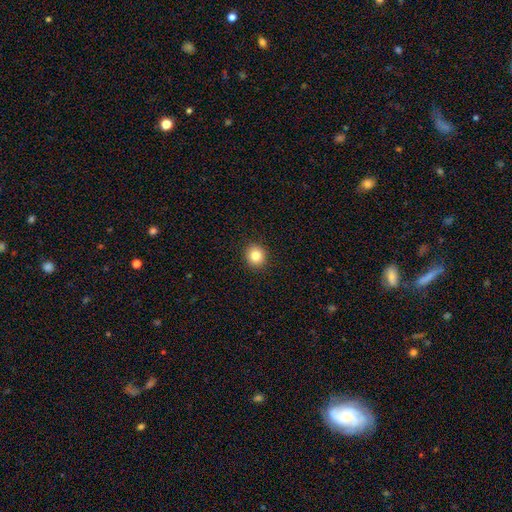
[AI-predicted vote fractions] The model was most divided on "smooth or featured": smooth: 83%, star or artifact: 11%, featured or disk: 6%. More confident: merging — none (92%); how rounded — round (87%).